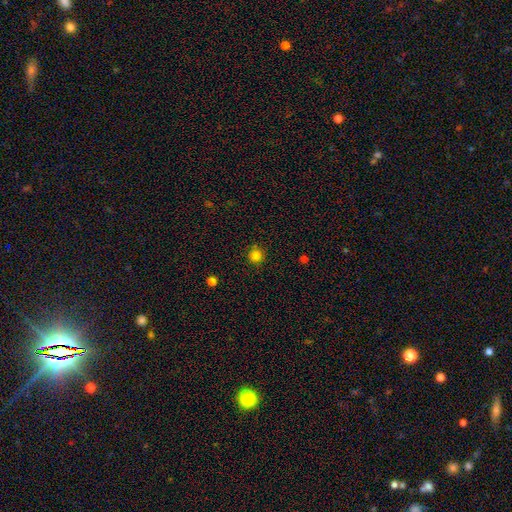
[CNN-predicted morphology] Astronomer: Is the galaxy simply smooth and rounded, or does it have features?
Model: smooth — 83%.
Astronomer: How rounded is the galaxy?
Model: round — 94%.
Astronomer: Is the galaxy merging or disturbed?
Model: none — 89%.